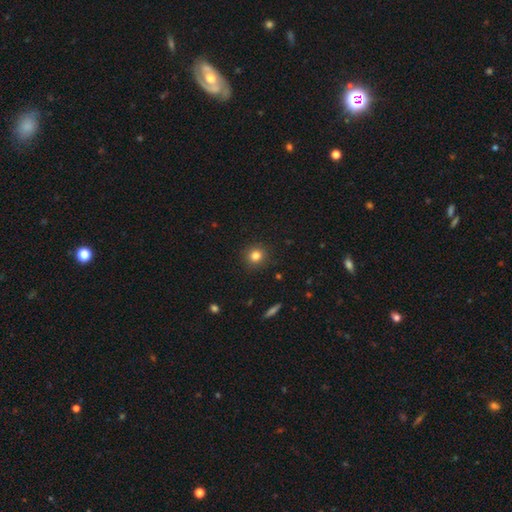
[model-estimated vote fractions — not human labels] Smooth or featured?
  - smooth: 81% *
  - star or artifact: 12%
  - featured or disk: 6%
How rounded?
  - round: 91% *
  - in between: 8%
  - cigar-shaped: 1%
Merging?
  - none: 91% *
  - minor disturbance: 6%
  - major disturbance: 2%
  - merger: 1%